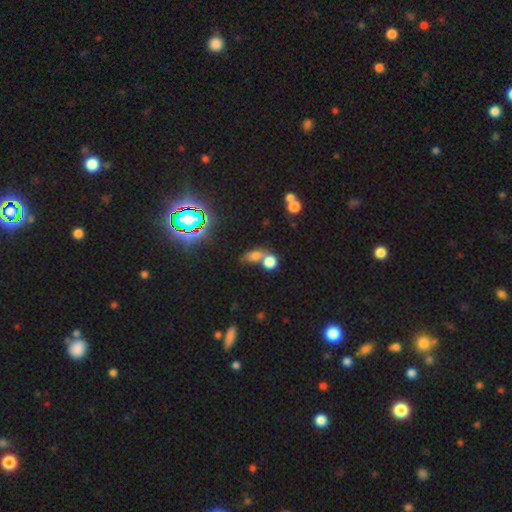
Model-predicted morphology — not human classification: Smooth or featured: smooth — 66% (star or artifact — 24%)
How rounded: in between — 54% (round — 41%)
Merging: merger — 48% (none — 37%)